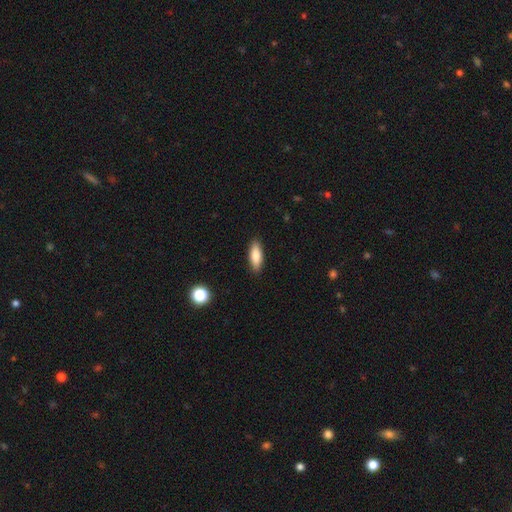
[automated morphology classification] smooth_or_featured: smooth (p=0.83) [alt: featured or disk p=0.11]
how_rounded: in between (p=0.64) [alt: cigar-shaped p=0.34]
merging: none (p=0.88) [alt: minor disturbance p=0.09]